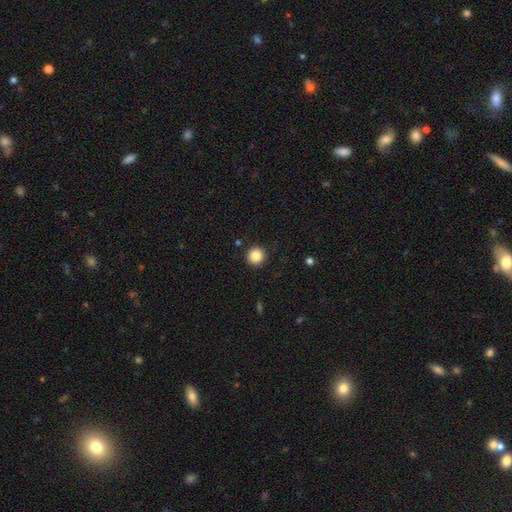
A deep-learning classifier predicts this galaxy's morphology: A smooth galaxy with no disk features (86%) that is round (96%).

Vote fractions:
- Smooth or featured? smooth: 86% / star or artifact: 10% / featured or disk: 4%
- How rounded? round: 96% / in between: 3% / cigar-shaped: 1%
- Merging? none: 91% / minor disturbance: 6% / major disturbance: 2% / merger: 1%